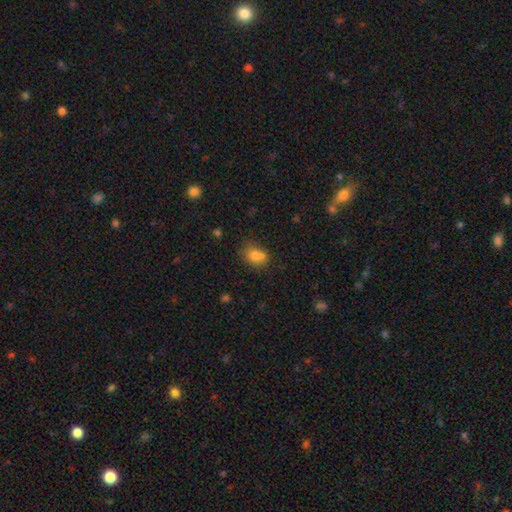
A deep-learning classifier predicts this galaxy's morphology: type=smooth (75%); roundness=round (52%); merging=none (46%).